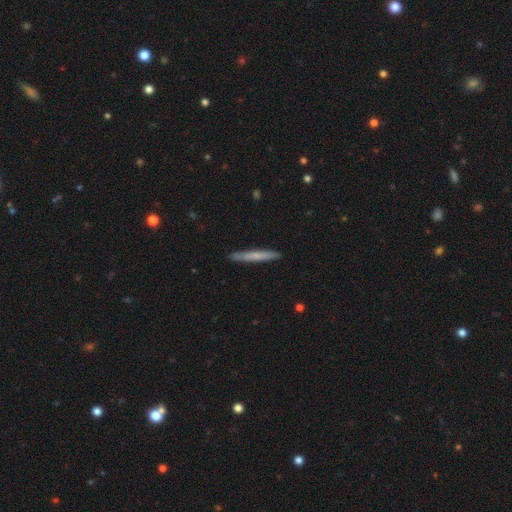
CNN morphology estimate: A smooth galaxy with no disk features (63%) that is cigar-shaped (96%).

Vote fractions:
- Smooth or featured? smooth: 63% / featured or disk: 32% / star or artifact: 5%
- How rounded? cigar-shaped: 96% / in between: 3% / round: 1%
- Merging? none: 89% / minor disturbance: 8% / major disturbance: 1% / merger: 1%